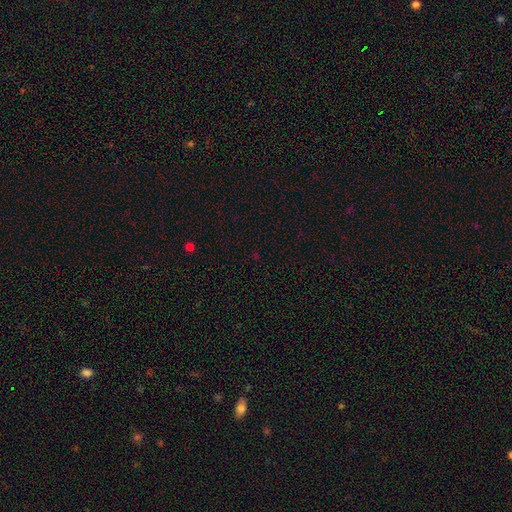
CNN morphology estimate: This is likely a star or artifact rather than a galaxy (65%).